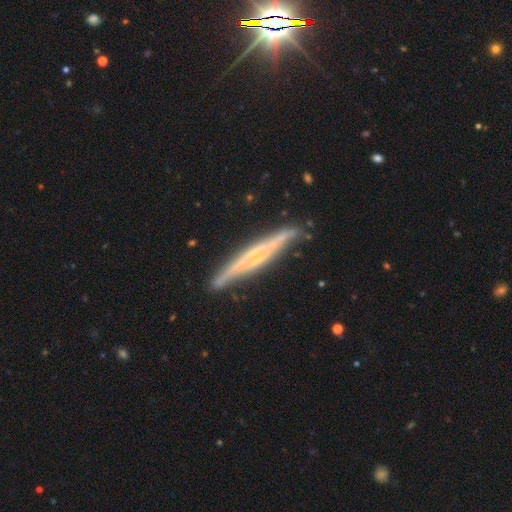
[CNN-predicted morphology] Smooth or featured? Predicted: featured or disk (p=0.74). Edge-on disk? Predicted: yes (p=0.95). Edge-on bulge? Predicted: none (p=0.41). Merging? Predicted: none (p=0.82).